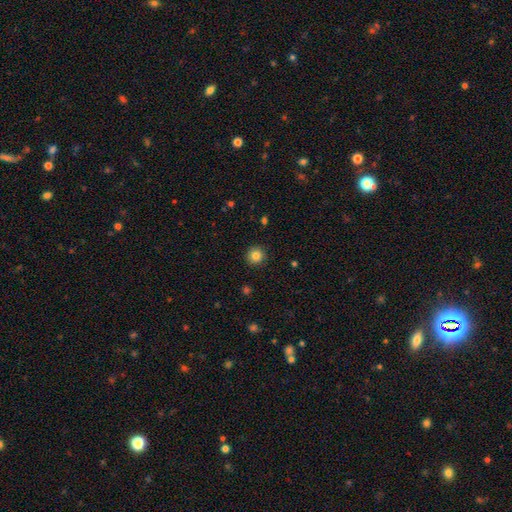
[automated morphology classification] This is clearly a smooth galaxy (84%). How rounded: clearly round (94%). Merging: clearly none (91%).